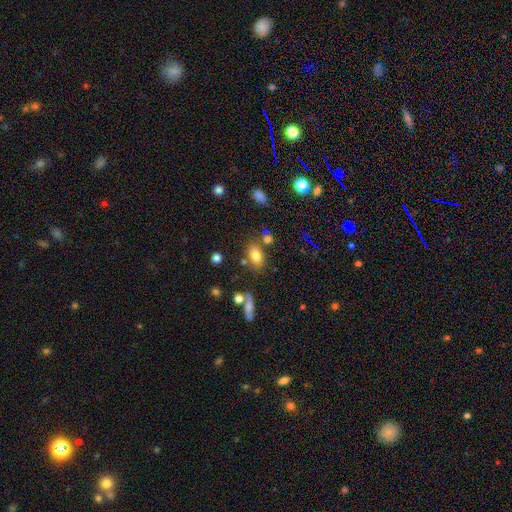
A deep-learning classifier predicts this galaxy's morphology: smooth 78%, star or artifact 11%, featured or disk 11%. Down the decision tree: how rounded — in between (85%); merging — none (69%).